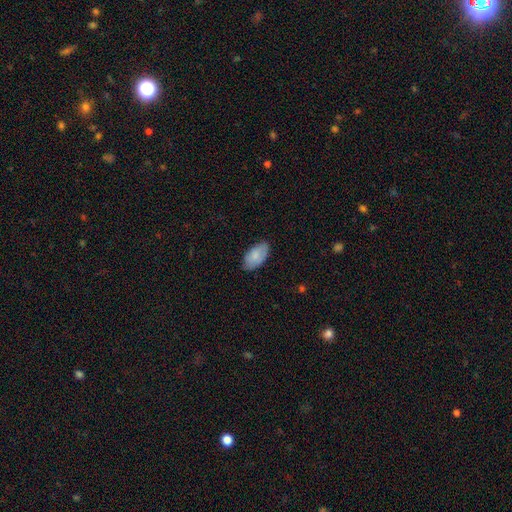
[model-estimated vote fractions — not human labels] Q: Smooth or featured?
A: smooth (82%); runner-up: featured or disk (12%)
Q: How rounded?
A: in between (95%); runner-up: round (3%)
Q: Merging?
A: none (77%); runner-up: minor disturbance (19%)